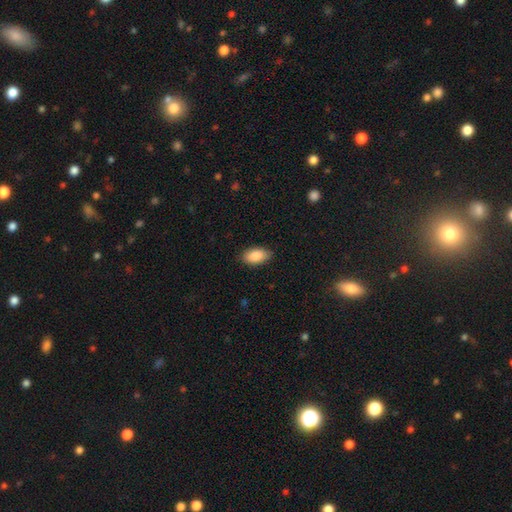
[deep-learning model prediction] smooth 88%, star or artifact 7%, featured or disk 6%. Down the decision tree: how rounded — in between (94%); merging — none (87%).